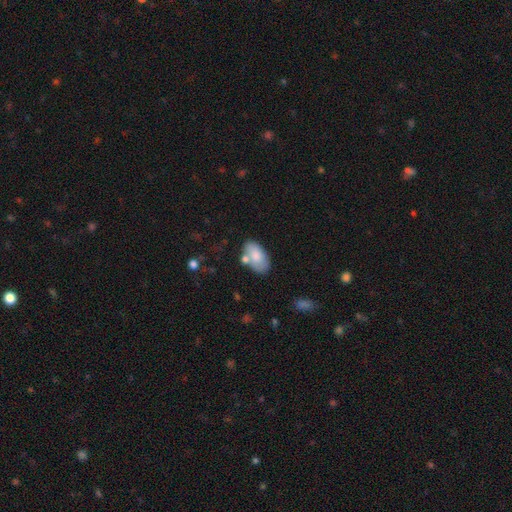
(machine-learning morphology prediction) The model was most divided on "merging": none: 63%, minor disturbance: 18%, merger: 15%, major disturbance: 5%. More confident: how rounded — in between (94%); smooth or featured — smooth (78%).